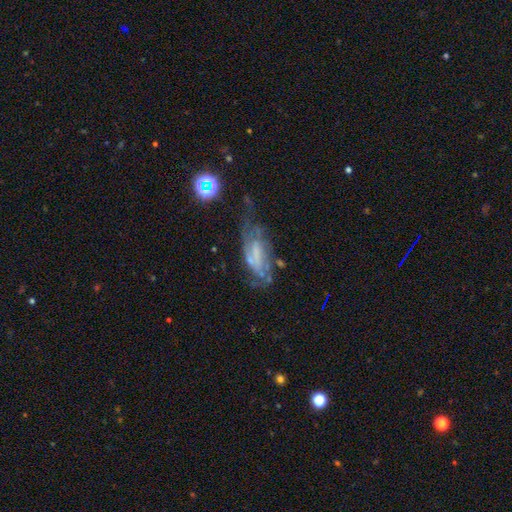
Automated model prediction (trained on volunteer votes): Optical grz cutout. It shows a featured or disk galaxy (68%) with a weak bar (38%, tied with no), spiral arms (75%) and no central bulge (53%). Merging: none (40%).